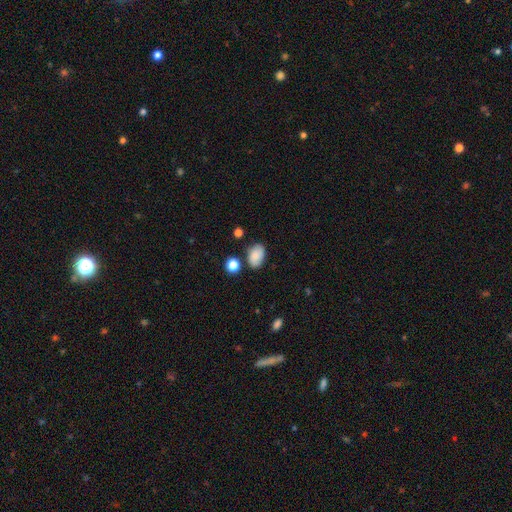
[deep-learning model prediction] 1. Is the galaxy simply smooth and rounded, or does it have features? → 84% smooth, 9% star or artifact, 7% featured or disk.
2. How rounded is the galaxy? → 86% in between, 13% round, 1% cigar-shaped.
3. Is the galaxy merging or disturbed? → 75% none, 17% minor disturbance, 5% merger, 4% major disturbance.